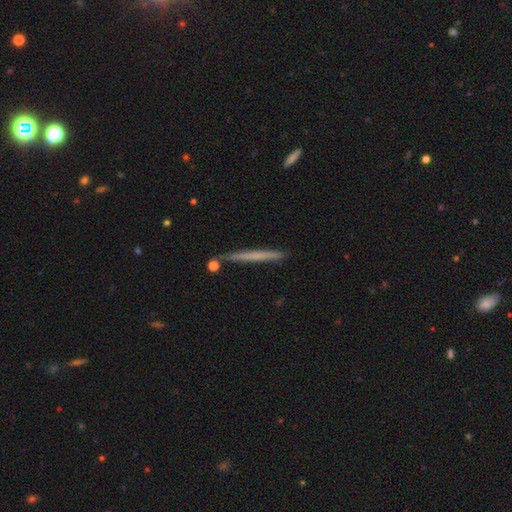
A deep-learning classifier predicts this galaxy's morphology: Smooth or featured: smooth — 51% (featured or disk — 43%)
How rounded: cigar-shaped — 97% (in between — 2%)
Merging: none — 87% (minor disturbance — 8%)